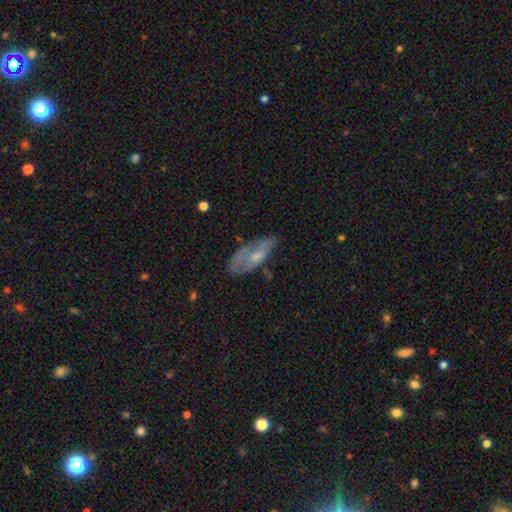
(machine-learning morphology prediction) smooth 52%, featured or disk 40%, star or artifact 7%. Down the decision tree: how rounded — in between (77%); merging — none (49%).